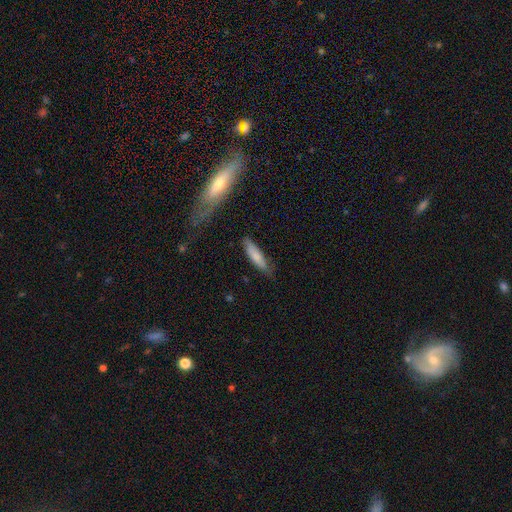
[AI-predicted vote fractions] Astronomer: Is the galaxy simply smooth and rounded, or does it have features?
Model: smooth — 76%.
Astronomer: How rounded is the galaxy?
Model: cigar-shaped — 78%.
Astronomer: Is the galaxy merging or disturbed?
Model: none — 77%.